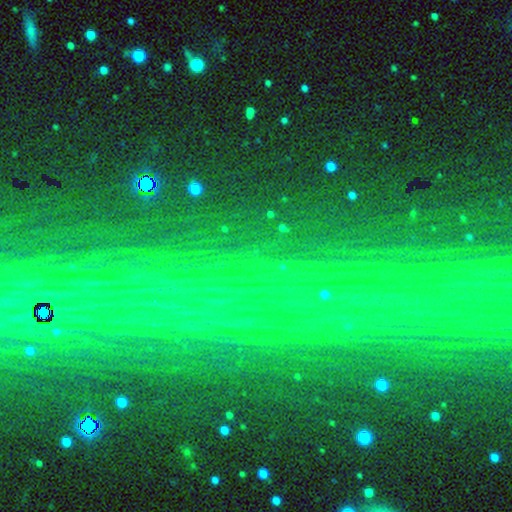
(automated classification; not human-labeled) Q: Smooth or featured?
A: star or artifact (85%); runner-up: featured or disk (8%)